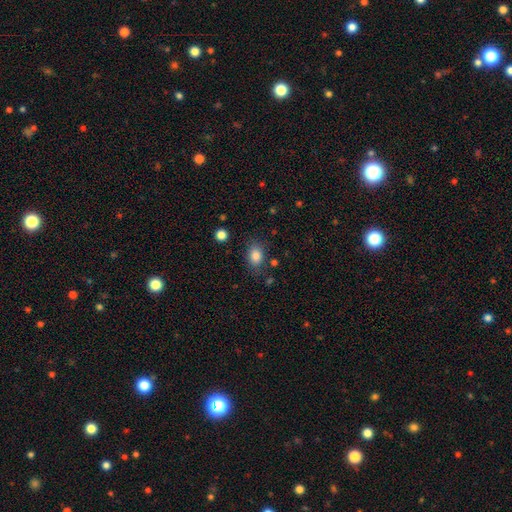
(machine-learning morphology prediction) Smooth or featured? smooth (84%)
How rounded? in between (75%)
Merging? none (78%)